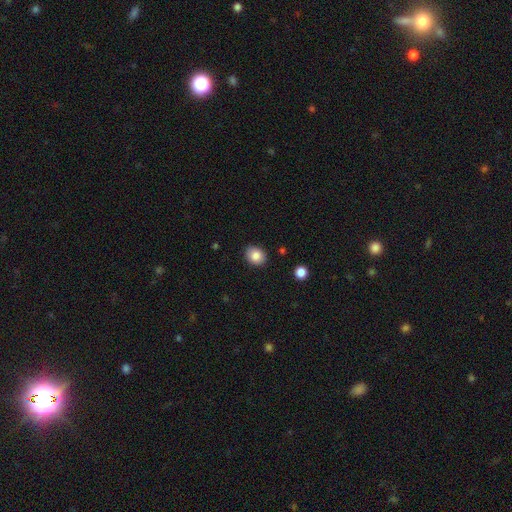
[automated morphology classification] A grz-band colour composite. It shows a smooth galaxy with no disk features (85%) that is round (52%). Merging: none (88%).